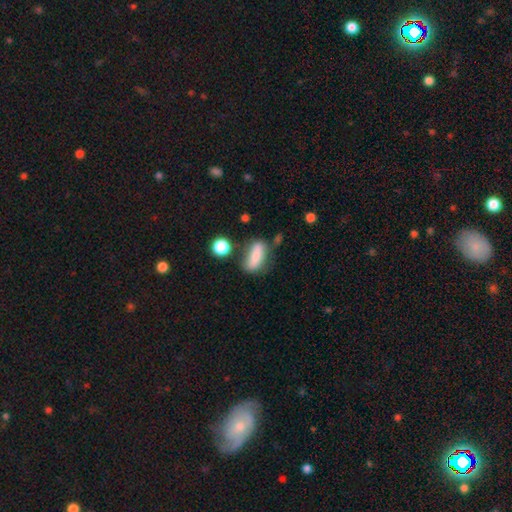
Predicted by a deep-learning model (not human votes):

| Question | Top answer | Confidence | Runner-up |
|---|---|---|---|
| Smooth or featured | smooth | 76% | featured or disk (15%) |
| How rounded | in between | 67% | cigar-shaped (27%) |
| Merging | none | 55% | minor disturbance (23%) |